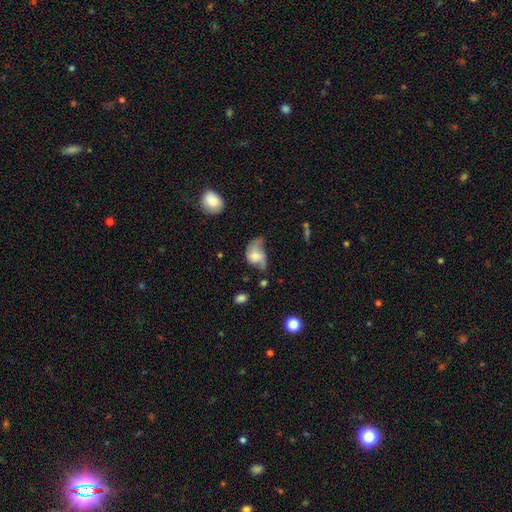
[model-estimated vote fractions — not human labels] A featured or disk galaxy (47%). Merging: major disturbance (35%).